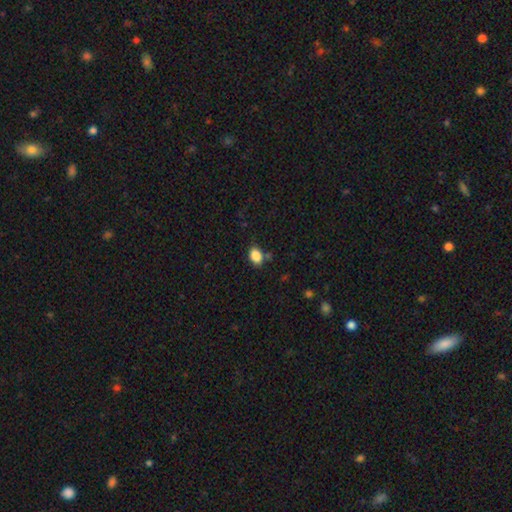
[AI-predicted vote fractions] Smooth or featured: smooth — 86% (star or artifact — 9%)
How rounded: in between — 79% (round — 20%)
Merging: none — 75% (minor disturbance — 16%)